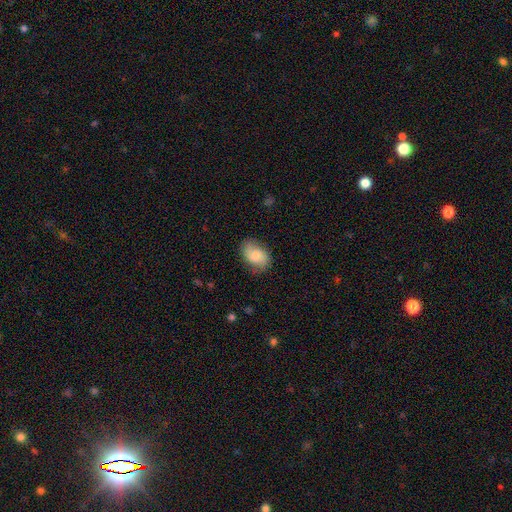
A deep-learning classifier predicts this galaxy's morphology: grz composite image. It shows a smooth galaxy with no disk features (69%) that is in between round and cigar-shaped (83%). Merging: none (73%).